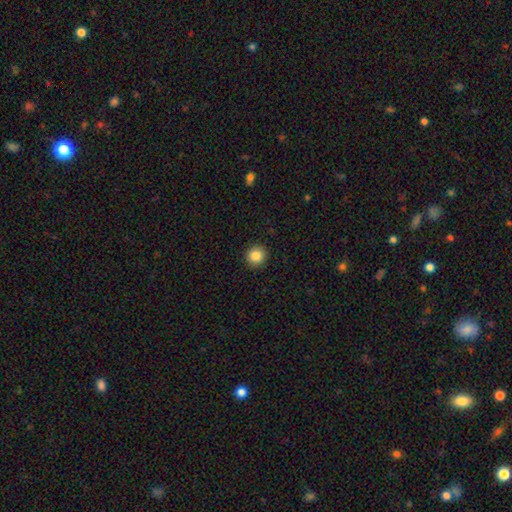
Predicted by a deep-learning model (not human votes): Morphology: type=smooth (86%); roundness=round (91%); merging=none (92%).